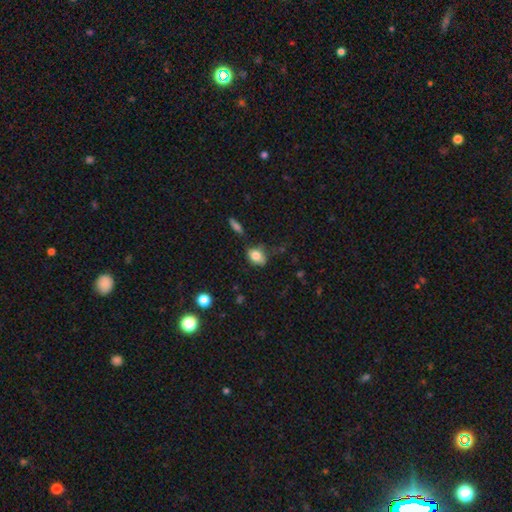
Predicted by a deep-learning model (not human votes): Smooth or featured: smooth — 78% (featured or disk — 12%)
How rounded: in between — 70% (round — 28%)
Merging: none — 54% (minor disturbance — 31%)